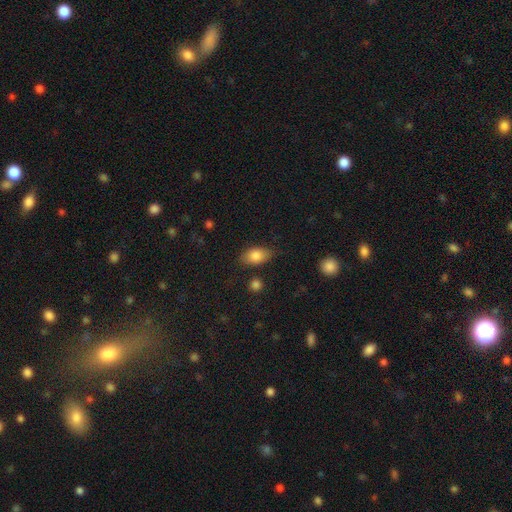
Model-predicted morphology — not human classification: A smooth galaxy with no disk features (82%) that is in between round and cigar-shaped (87%).

Vote fractions:
- Smooth or featured? smooth: 82% / featured or disk: 11% / star or artifact: 7%
- How rounded? in between: 87% / round: 9% / cigar-shaped: 4%
- Merging? none: 77% / minor disturbance: 16% / major disturbance: 4% / merger: 3%